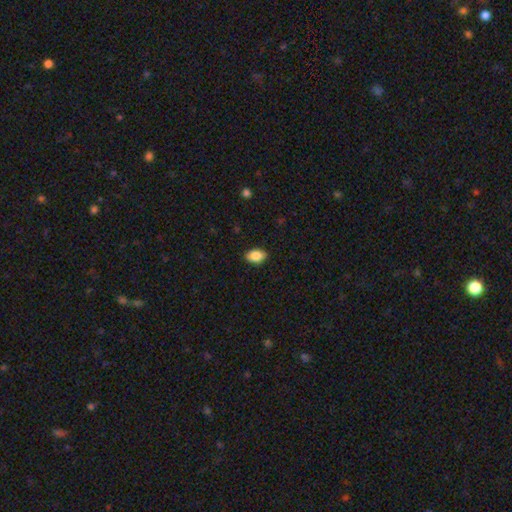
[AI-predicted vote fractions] smooth_or_featured: smooth (p=0.87) [alt: star or artifact p=0.08]
how_rounded: in between (p=0.87) [alt: round p=0.12]
merging: none (p=0.89) [alt: minor disturbance p=0.08]